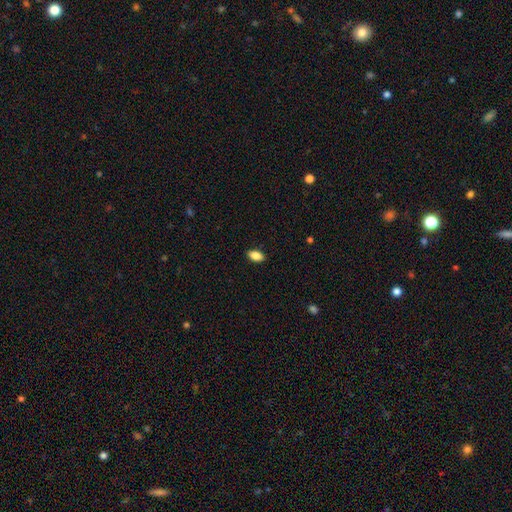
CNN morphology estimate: Smooth or featured? smooth (87%)
How rounded? in between (91%)
Merging? none (89%)